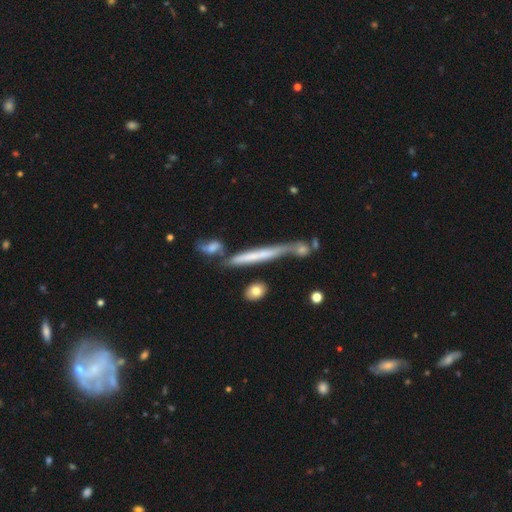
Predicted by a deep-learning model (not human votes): A featured or disk galaxy (50%).

Vote fractions:
- Smooth or featured? featured or disk: 50% / smooth: 42% / star or artifact: 9%
- Merging? none: 52% / merger: 21% / minor disturbance: 19% / major disturbance: 8%